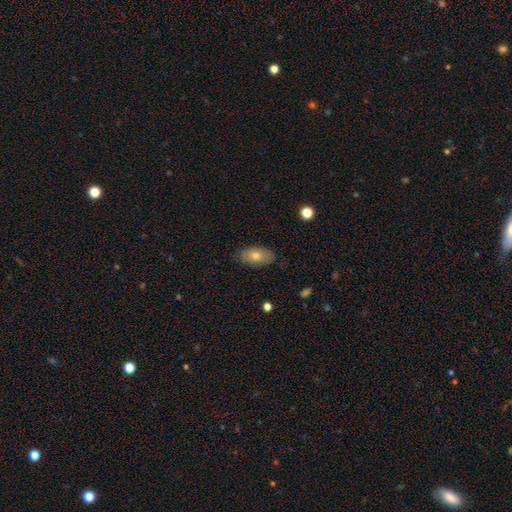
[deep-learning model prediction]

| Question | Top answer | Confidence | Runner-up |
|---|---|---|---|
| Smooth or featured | smooth | 61% | featured or disk (31%) |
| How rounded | in between | 91% | round (5%) |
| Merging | none | 84% | minor disturbance (12%) |